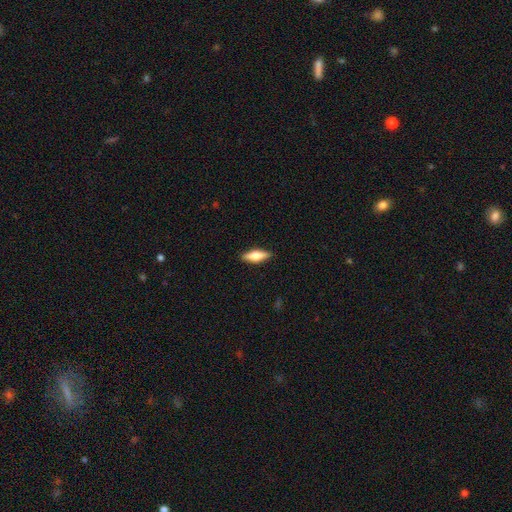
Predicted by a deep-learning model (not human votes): Q: Smooth or featured?
A: smooth (58%); runner-up: featured or disk (36%)
Q: How rounded?
A: in between (54%); runner-up: cigar-shaped (43%)
Q: Merging?
A: none (89%); runner-up: minor disturbance (8%)